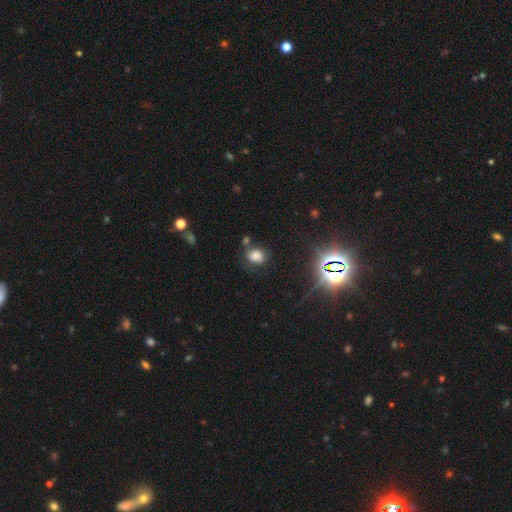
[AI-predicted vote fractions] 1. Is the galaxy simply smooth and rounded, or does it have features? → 71% smooth, 19% star or artifact, 10% featured or disk.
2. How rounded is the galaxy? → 49% in between (tied), 49% round (tied), 1% cigar-shaped.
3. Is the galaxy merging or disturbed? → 62% none, 20% minor disturbance, 10% merger, 8% major disturbance.